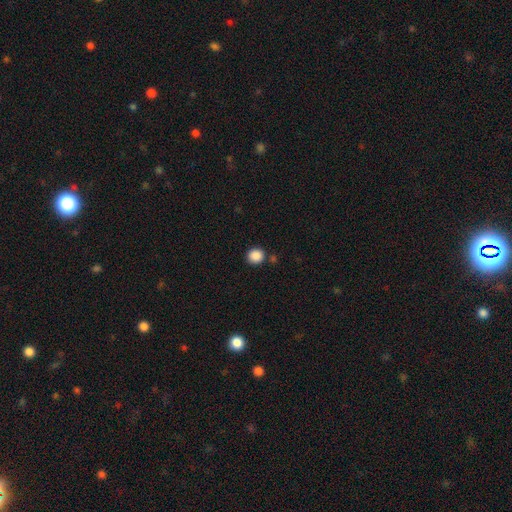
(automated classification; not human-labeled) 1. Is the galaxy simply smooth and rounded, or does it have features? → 88% smooth, 10% star or artifact, 3% featured or disk.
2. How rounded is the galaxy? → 88% round, 11% in between, 1% cigar-shaped.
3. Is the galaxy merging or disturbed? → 85% none, 8% minor disturbance, 5% merger, 3% major disturbance.